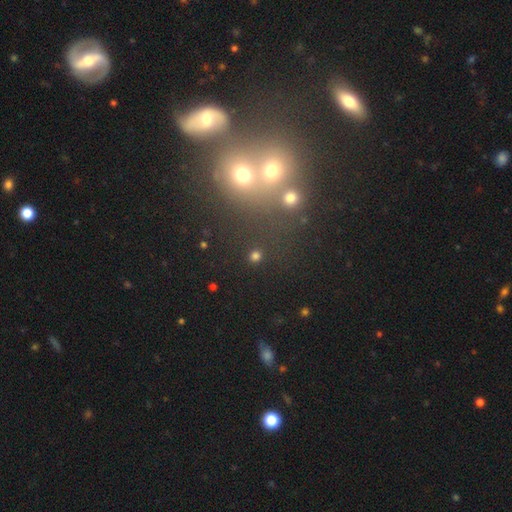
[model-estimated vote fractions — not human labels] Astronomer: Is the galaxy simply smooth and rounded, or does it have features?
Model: smooth — 53% (runner-up: star or artifact, 35%).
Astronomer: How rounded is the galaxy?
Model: round — 80%.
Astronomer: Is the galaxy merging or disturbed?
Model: none — 60%.